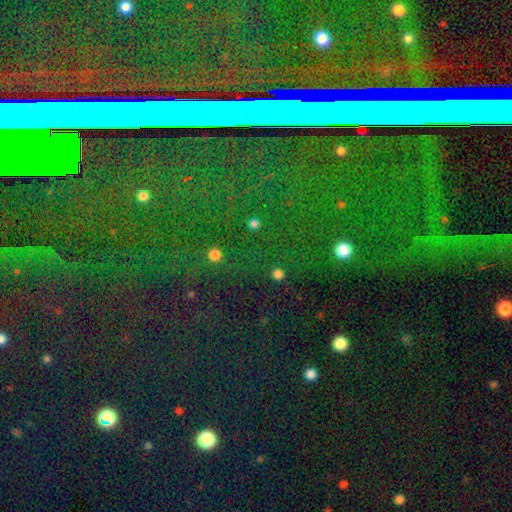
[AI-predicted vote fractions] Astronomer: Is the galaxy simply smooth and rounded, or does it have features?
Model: star or artifact — 80%.